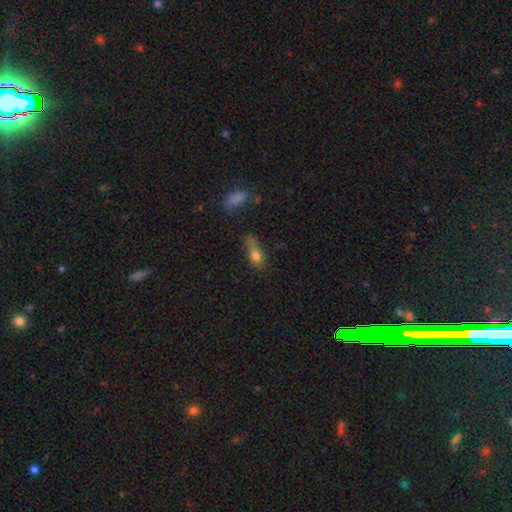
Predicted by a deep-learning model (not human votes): This is likely a smooth galaxy (72%). How rounded: likely in between (65%). Merging: marginally none (35%).